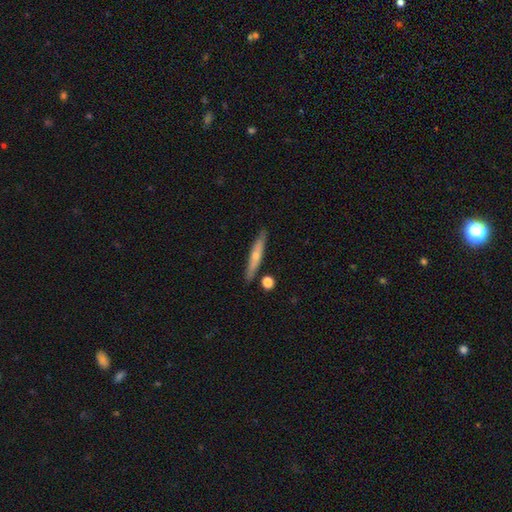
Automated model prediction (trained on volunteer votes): This appears to be a featured or disk galaxy (49%). Merging: none (84%).